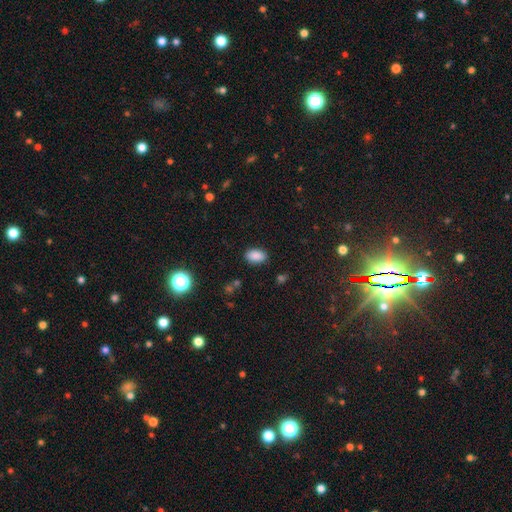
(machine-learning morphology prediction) Q: Smooth or featured?
A: smooth (86%); runner-up: star or artifact (10%)
Q: How rounded?
A: in between (91%); runner-up: round (8%)
Q: Merging?
A: none (86%); runner-up: minor disturbance (10%)